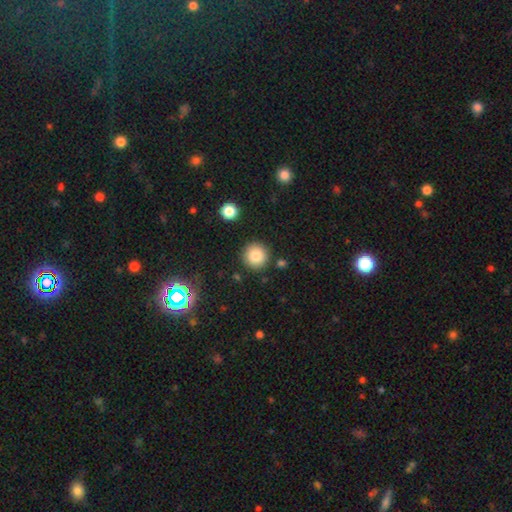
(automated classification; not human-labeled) A smooth galaxy with no disk features (82%) that is round (95%).

Vote fractions:
- Smooth or featured? smooth: 82% / star or artifact: 11% / featured or disk: 7%
- How rounded? round: 95% / in between: 4% / cigar-shaped: 1%
- Merging? none: 88% / minor disturbance: 7% / merger: 3% / major disturbance: 2%